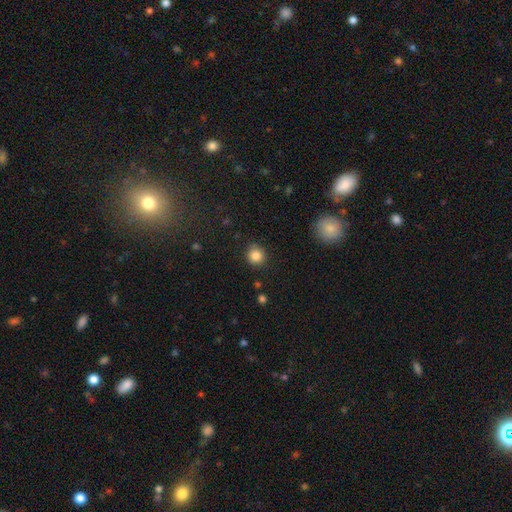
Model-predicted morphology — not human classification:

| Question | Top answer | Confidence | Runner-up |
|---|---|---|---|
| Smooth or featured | smooth | 85% | star or artifact (10%) |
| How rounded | round | 90% | in between (9%) |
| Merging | none | 86% | minor disturbance (10%) |